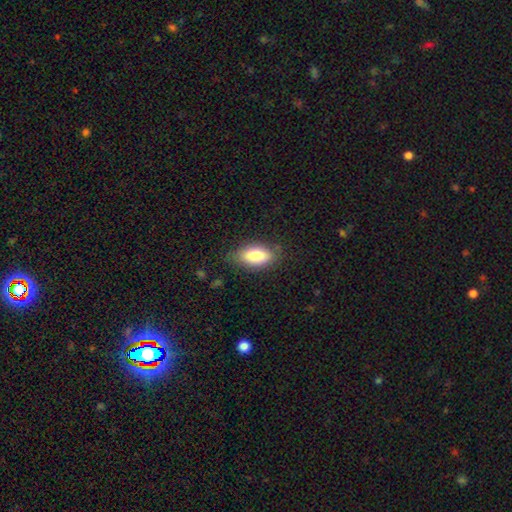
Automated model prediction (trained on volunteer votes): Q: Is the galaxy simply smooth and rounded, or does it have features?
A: smooth — 80%.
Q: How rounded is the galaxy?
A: in between — 89%.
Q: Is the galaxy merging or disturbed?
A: none — 78%.